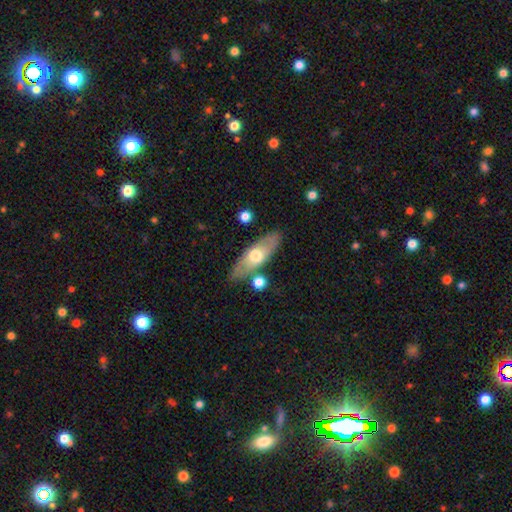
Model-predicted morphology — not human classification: Overall: smooth (49%; featured or disk 45%). Merging: none (76%).